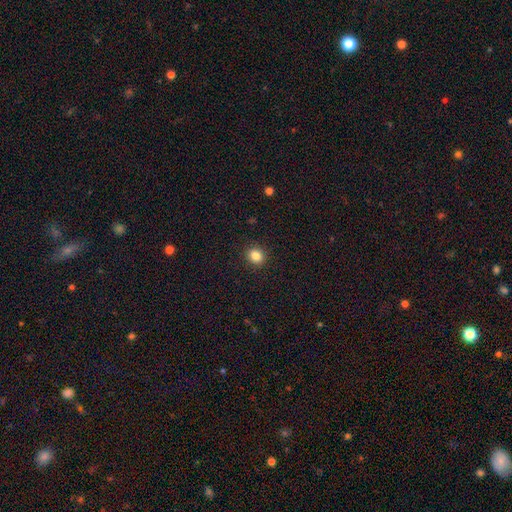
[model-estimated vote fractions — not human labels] smooth_or_featured: smooth (p=0.84) [alt: star or artifact p=0.11]
how_rounded: round (p=0.75) [alt: in between p=0.24]
merging: none (p=0.91) [alt: minor disturbance p=0.06]